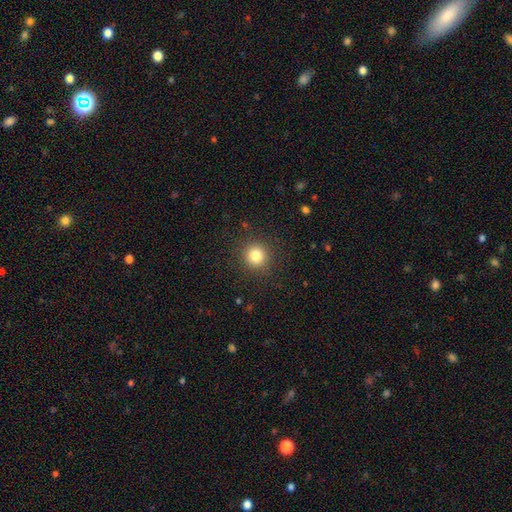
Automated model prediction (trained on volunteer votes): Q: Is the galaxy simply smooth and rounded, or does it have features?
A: smooth — 82%.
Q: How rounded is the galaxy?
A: round — 93%.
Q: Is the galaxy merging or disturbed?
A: none — 90%.